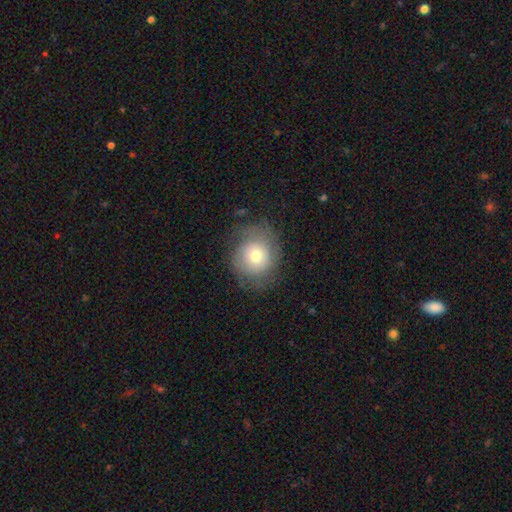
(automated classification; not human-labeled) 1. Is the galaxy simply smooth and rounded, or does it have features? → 62% smooth, 28% featured or disk, 9% star or artifact.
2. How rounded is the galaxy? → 81% round, 18% in between, 1% cigar-shaped.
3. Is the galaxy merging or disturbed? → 68% none, 21% minor disturbance, 10% major disturbance, 1% merger.